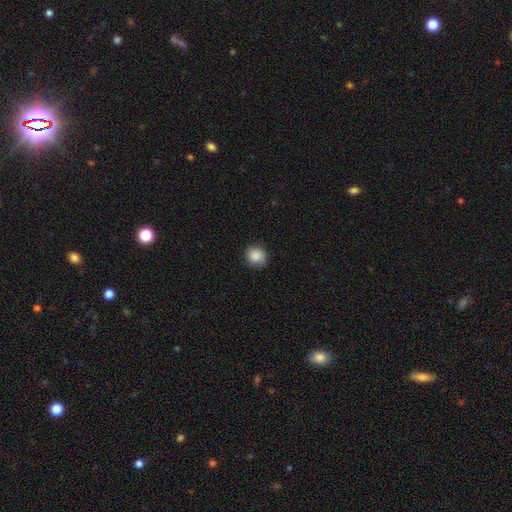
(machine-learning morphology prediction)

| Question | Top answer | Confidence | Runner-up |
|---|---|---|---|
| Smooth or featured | smooth | 86% | star or artifact (8%) |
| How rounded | round | 88% | in between (11%) |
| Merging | none | 81% | minor disturbance (14%) |